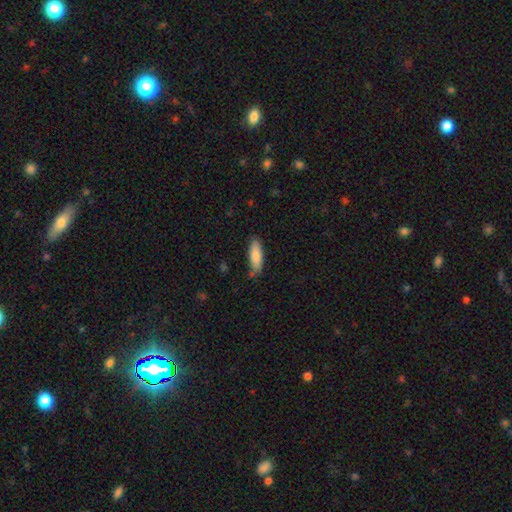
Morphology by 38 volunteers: smooth_or_featured: smooth (p=0.76) [alt: featured or disk p=0.18]
how_rounded: cigar-shaped (p=0.66) [alt: in between p=0.34]
merging: none (p=0.89) [alt: minor disturbance p=0.06]